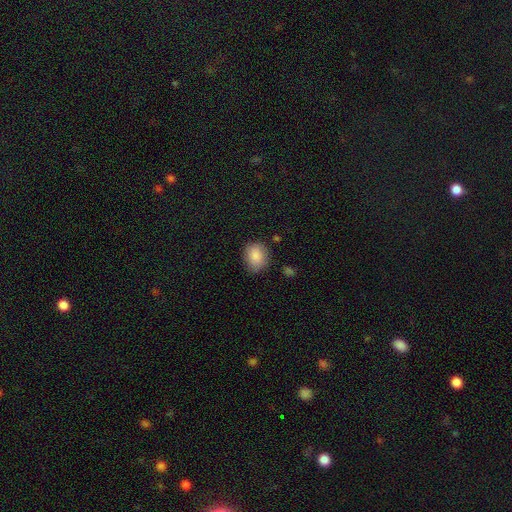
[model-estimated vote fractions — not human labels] smooth 86%, star or artifact 8%, featured or disk 6%. Down the decision tree: how rounded — round (57%); merging — none (76%).